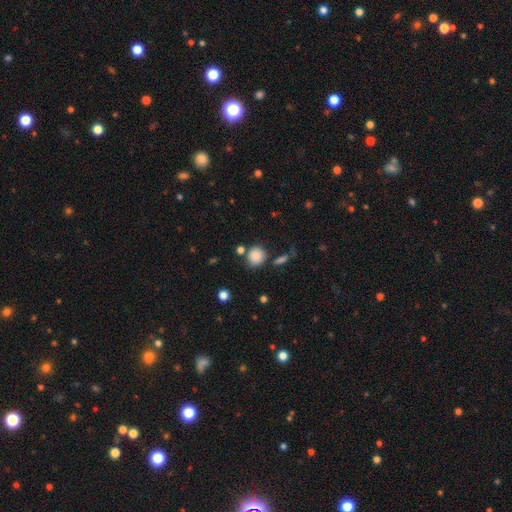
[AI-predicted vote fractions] This appears to be a smooth galaxy with no disk features (85%) that is round (86%). Merging: none (73%).